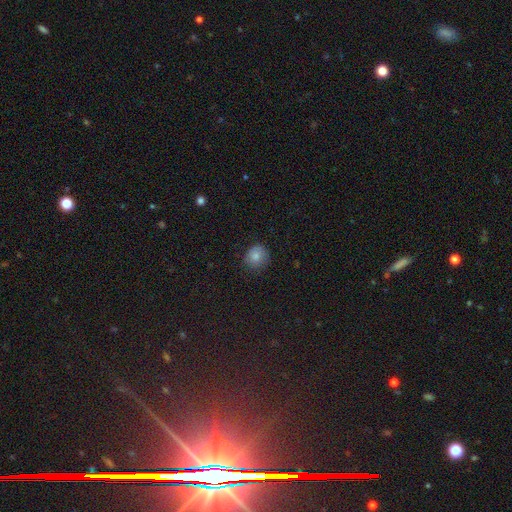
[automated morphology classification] smooth-or-featured: smooth: 83% | star or artifact: 10% | featured or disk: 6%
  how-rounded: round: 82% | in between: 17% | cigar-shaped: 1%
  merging: none: 77% | minor disturbance: 18% | major disturbance: 4% | merger: 1%